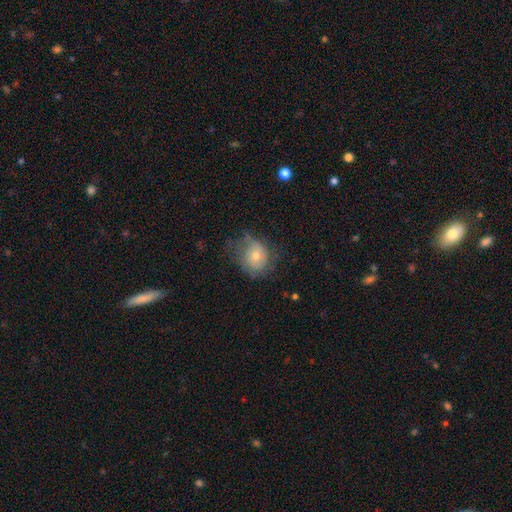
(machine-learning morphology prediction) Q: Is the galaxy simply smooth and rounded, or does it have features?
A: smooth — 58%.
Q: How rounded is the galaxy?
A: round — 68%.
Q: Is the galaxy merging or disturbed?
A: none — 46%.